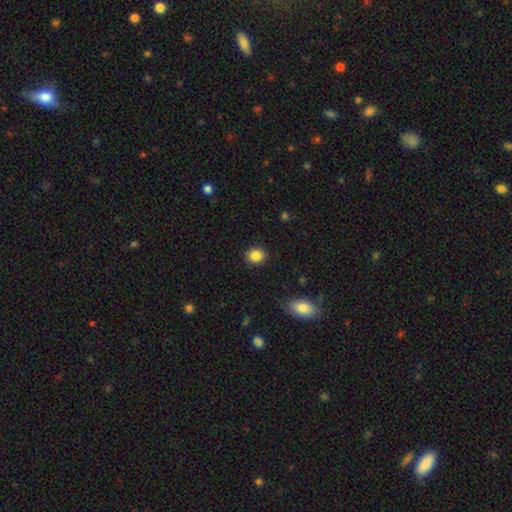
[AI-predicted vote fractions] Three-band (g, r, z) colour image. It shows a smooth galaxy with no disk features (85%) that is round (73%). Merging: none (90%).